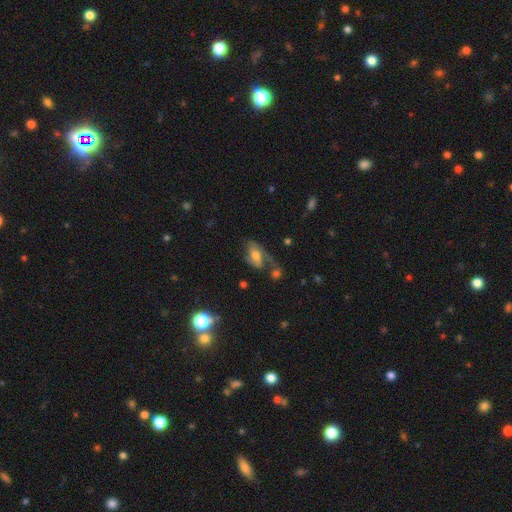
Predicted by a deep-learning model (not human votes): Smooth or featured? Predicted: featured or disk (p=0.53). Edge-on disk? Predicted: no (p=0.92). Merging? Predicted: none (p=0.35).